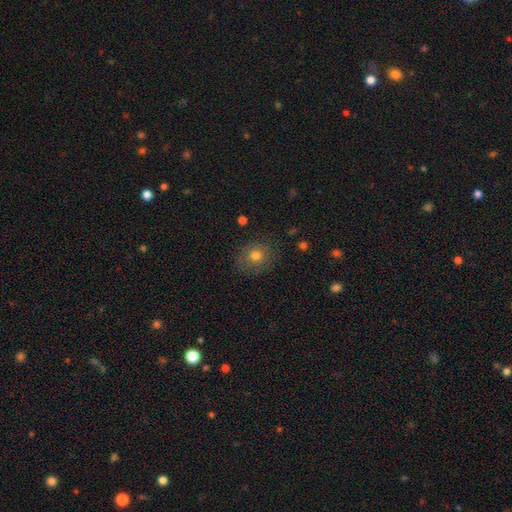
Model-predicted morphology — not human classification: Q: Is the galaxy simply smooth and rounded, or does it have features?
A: smooth — 74%.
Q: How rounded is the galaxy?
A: round — 74%.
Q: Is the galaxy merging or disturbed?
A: none — 82%.